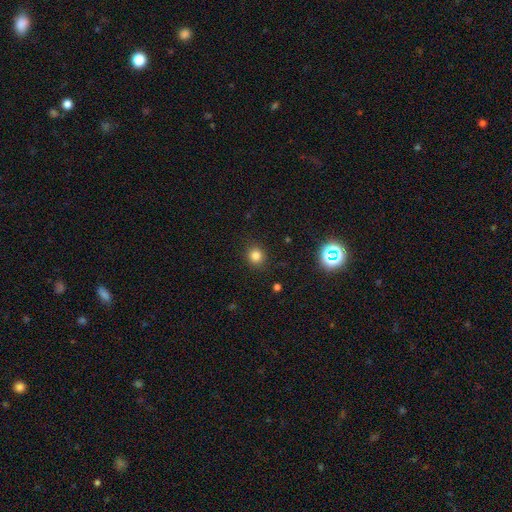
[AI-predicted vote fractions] Smooth or featured?
  - smooth: 80% *
  - star or artifact: 15%
  - featured or disk: 5%
How rounded?
  - round: 88% *
  - in between: 11%
  - cigar-shaped: 1%
Merging?
  - none: 90% *
  - minor disturbance: 7%
  - major disturbance: 2%
  - merger: 1%